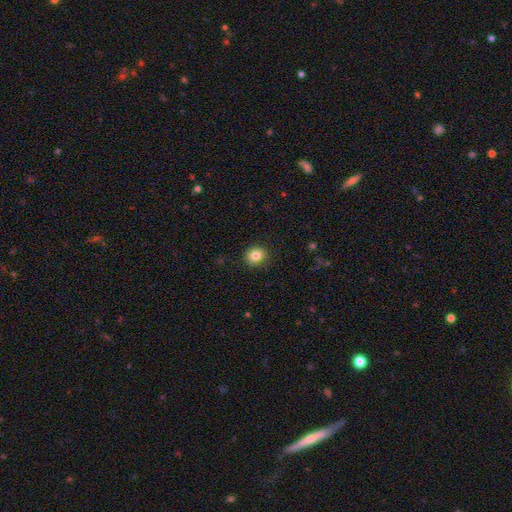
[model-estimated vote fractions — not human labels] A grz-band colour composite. It shows a smooth galaxy with no disk features (83%) that is round (78%). Merging: none (90%).